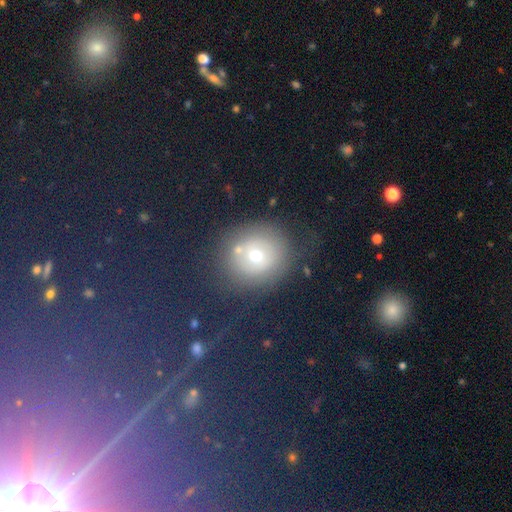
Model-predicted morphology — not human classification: This is possibly a smooth galaxy (56%). How rounded: clearly round (85%). Merging: likely none (67%).